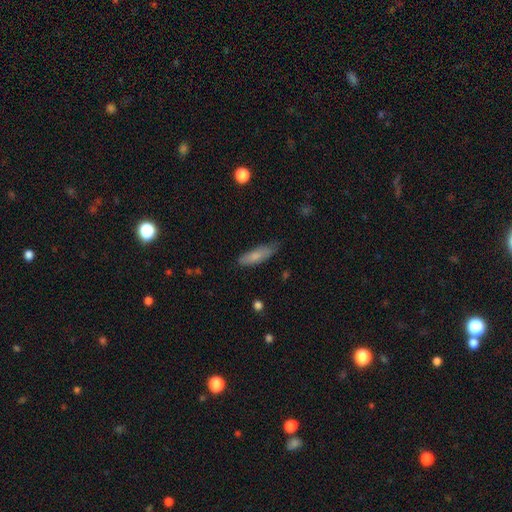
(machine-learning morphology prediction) Smooth or featured? smooth (76%)
How rounded? cigar-shaped (54%)
Merging? none (67%)